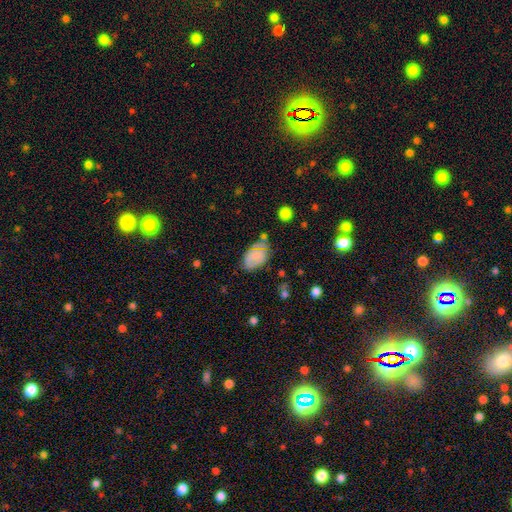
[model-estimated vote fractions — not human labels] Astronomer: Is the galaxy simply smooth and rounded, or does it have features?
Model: smooth — 70%.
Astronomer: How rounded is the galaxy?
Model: in between — 89%.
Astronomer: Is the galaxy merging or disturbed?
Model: none — 52% (runner-up: minor disturbance, 30%).